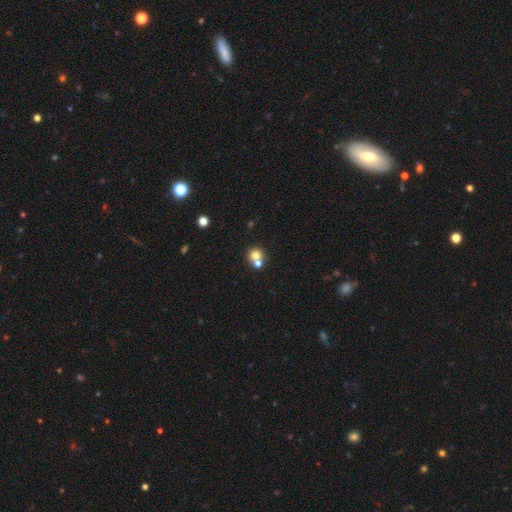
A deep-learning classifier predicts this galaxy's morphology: A smooth galaxy with no disk features (73%) that is round (86%).

Vote fractions:
- Smooth or featured? smooth: 73% / featured or disk: 14% / star or artifact: 13%
- How rounded? round: 86% / in between: 13% / cigar-shaped: 1%
- Merging? merger: 46% / none: 45% / minor disturbance: 6% / major disturbance: 3%